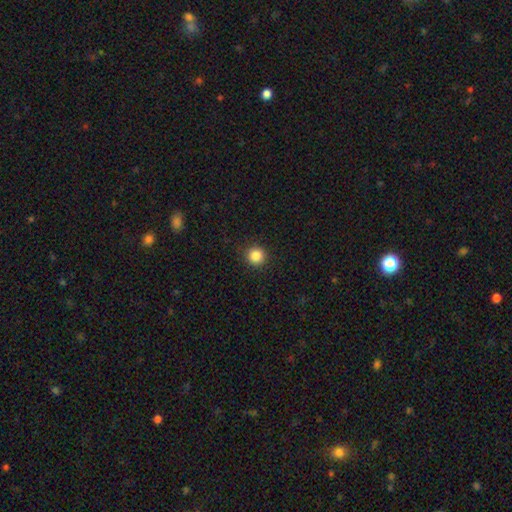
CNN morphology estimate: smooth_or_featured: smooth (p=0.86) [alt: star or artifact p=0.10]
how_rounded: round (p=0.95) [alt: in between p=0.04]
merging: none (p=0.91) [alt: minor disturbance p=0.06]